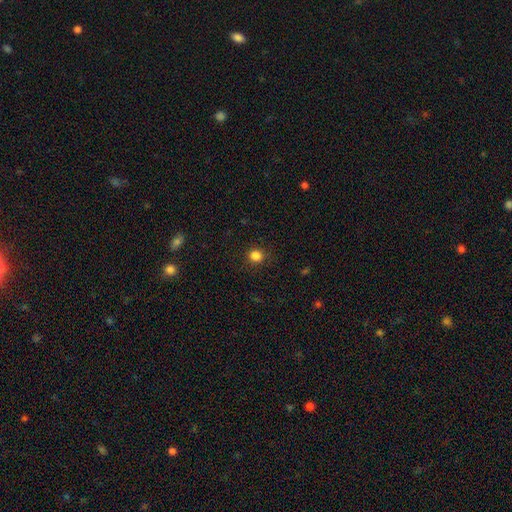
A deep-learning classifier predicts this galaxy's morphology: The model was most divided on "smooth or featured": smooth: 84%, star or artifact: 13%, featured or disk: 3%. More confident: merging — none (89%); how rounded — round (88%).